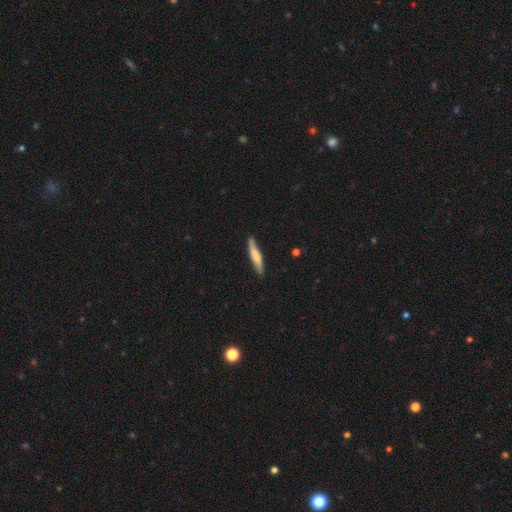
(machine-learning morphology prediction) Smooth or featured? smooth (67%)
How rounded? cigar-shaped (88%)
Merging? none (81%)